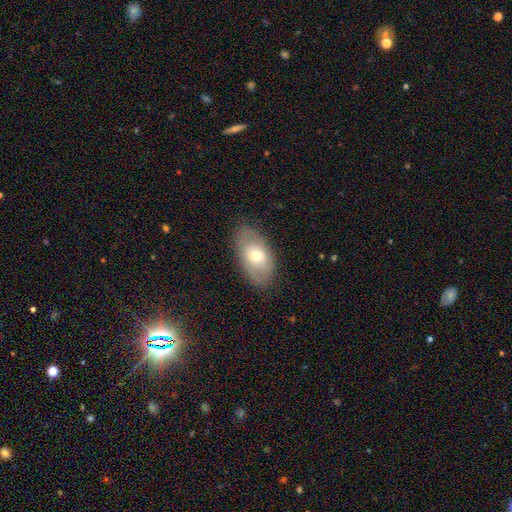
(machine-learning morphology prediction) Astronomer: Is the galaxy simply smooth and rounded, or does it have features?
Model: smooth — 58% (runner-up: featured or disk, 34%).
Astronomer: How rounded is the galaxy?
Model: in between — 90%.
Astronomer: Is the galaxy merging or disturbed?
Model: none — 81%.